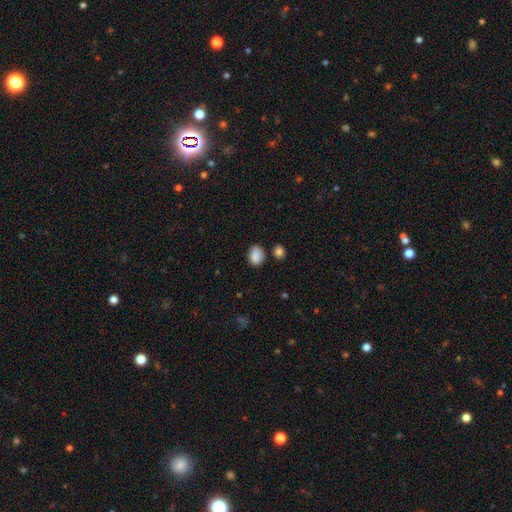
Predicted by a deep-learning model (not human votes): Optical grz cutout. It shows a smooth galaxy with no disk features (86%) that is in between round and cigar-shaped (64%). Merging: none (74%).